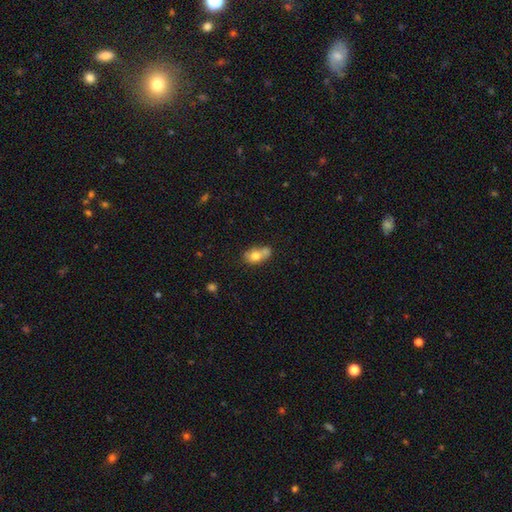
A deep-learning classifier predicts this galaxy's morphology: smooth-or-featured: smooth: 72% | featured or disk: 19% | star or artifact: 9%
  how-rounded: in between: 69% | round: 29% | cigar-shaped: 3%
  merging: merger: 43% | none: 33% | minor disturbance: 18% | major disturbance: 7%